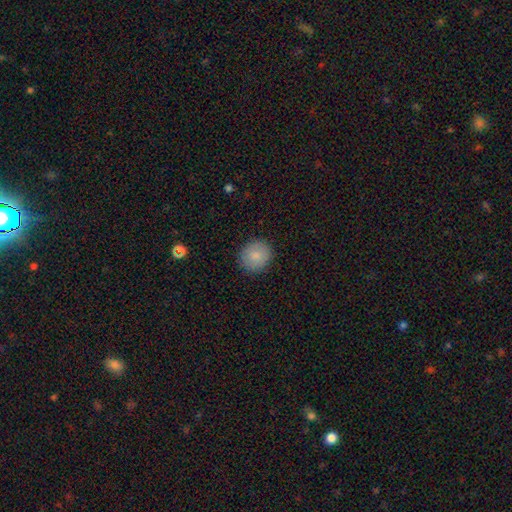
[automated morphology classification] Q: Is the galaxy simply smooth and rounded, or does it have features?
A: smooth — 85%.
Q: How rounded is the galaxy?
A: round — 85%.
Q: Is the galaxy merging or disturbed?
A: none — 89%.